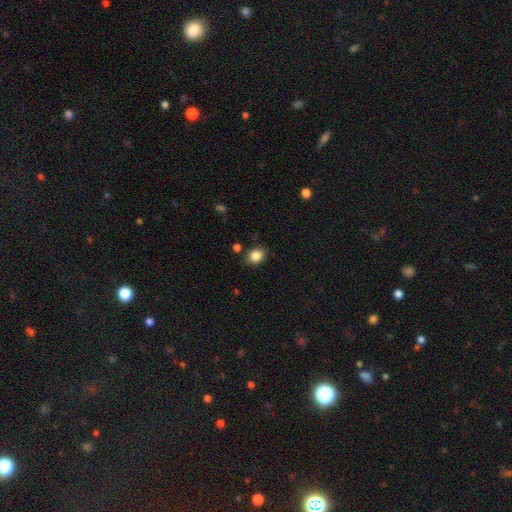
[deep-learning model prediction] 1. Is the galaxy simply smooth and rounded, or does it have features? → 85% smooth, 10% star or artifact, 5% featured or disk.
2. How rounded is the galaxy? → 54% round, 45% in between, 1% cigar-shaped.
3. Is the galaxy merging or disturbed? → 82% none, 12% minor disturbance, 3% major disturbance, 3% merger.